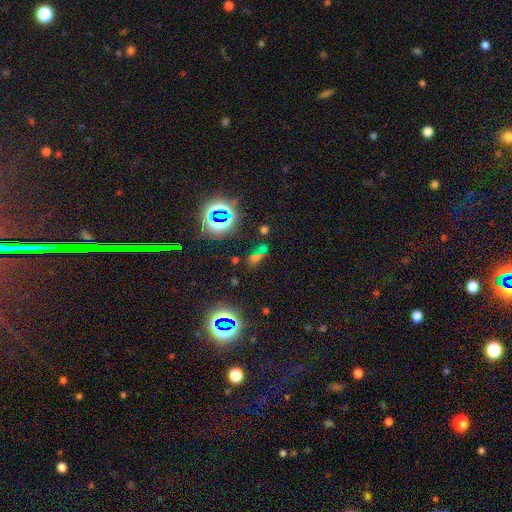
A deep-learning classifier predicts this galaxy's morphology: A star or artifact, not a galaxy (53%).

Vote fractions:
- Smooth or featured? star or artifact: 53% / smooth: 37% / featured or disk: 10%